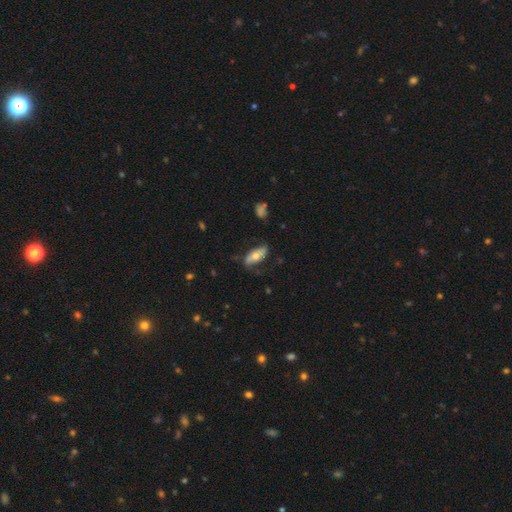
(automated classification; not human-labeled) Smooth or featured?
  - smooth: 59% *
  - featured or disk: 35%
  - star or artifact: 6%
How rounded?
  - in between: 81% *
  - cigar-shaped: 16%
  - round: 3%
Merging?
  - none: 68% *
  - minor disturbance: 23%
  - major disturbance: 7%
  - merger: 2%